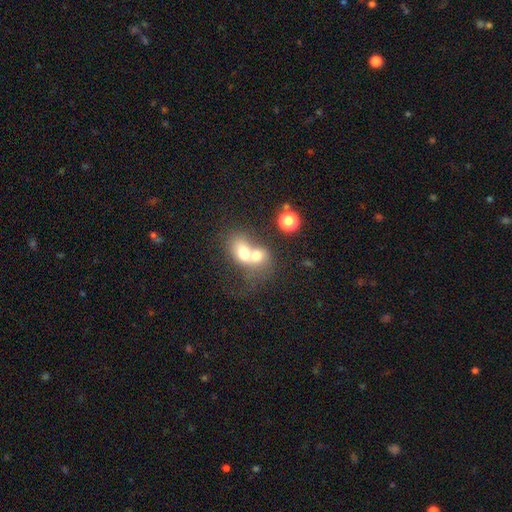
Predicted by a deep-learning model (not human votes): smooth 65%, featured or disk 25%, star or artifact 10%. Down the decision tree: how rounded — in between (52%); merging — merger (74%).